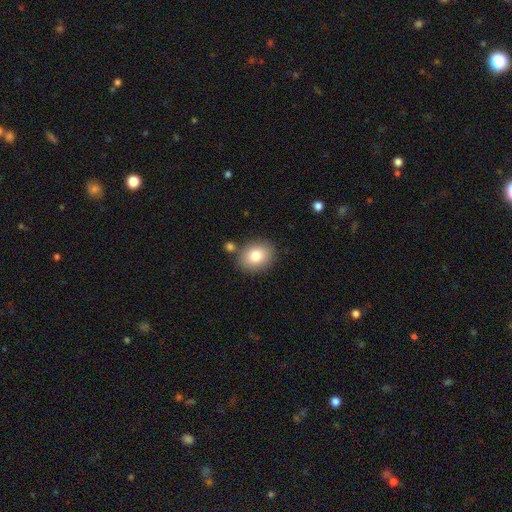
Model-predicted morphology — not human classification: A smooth galaxy with no disk features (81%) that is in between round and cigar-shaped (51%).

Vote fractions:
- Smooth or featured? smooth: 81% / featured or disk: 11% / star or artifact: 9%
- How rounded? in between: 51% / round: 49% / cigar-shaped: 1%
- Merging? none: 81% / minor disturbance: 10% / merger: 7% / major disturbance: 3%